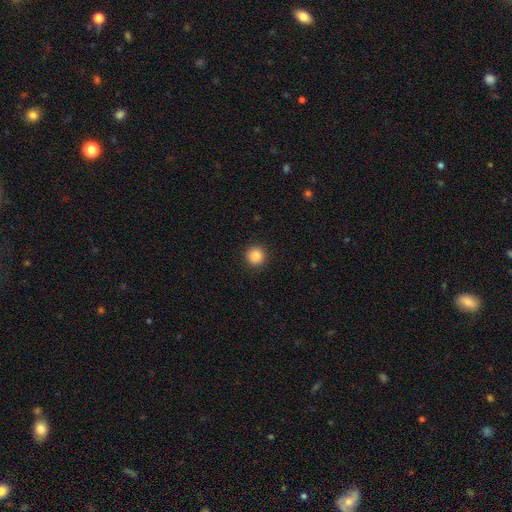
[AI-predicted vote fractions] Smooth or featured: smooth — 86% (star or artifact — 10%)
How rounded: round — 95% (in between — 4%)
Merging: none — 92% (minor disturbance — 5%)